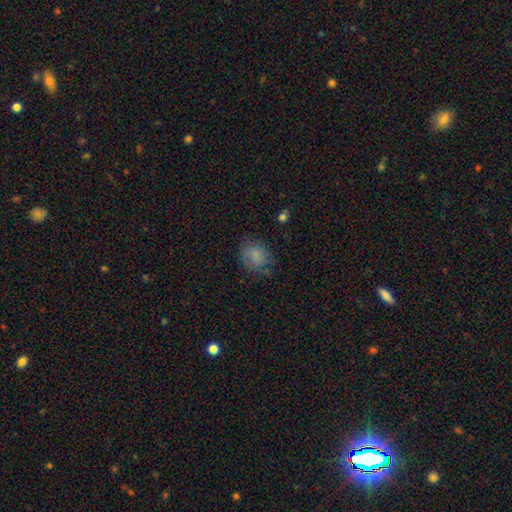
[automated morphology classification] The model was most divided on "how rounded": round: 62%, in between: 37%, cigar-shaped: 1%. More confident: smooth or featured — smooth (78%); merging — none (66%).